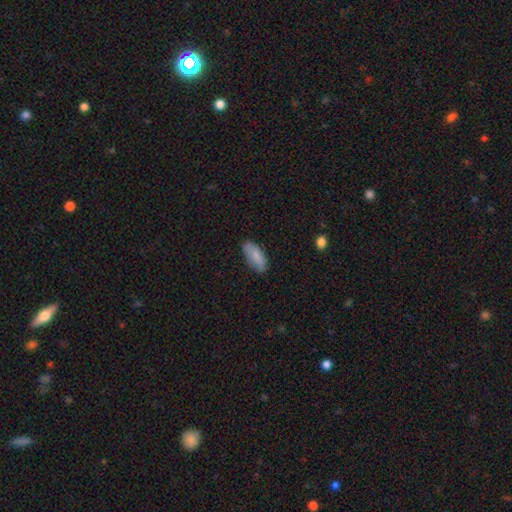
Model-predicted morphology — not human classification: This is clearly a smooth galaxy (80%). How rounded: clearly in between (87%). Merging: likely none (78%).